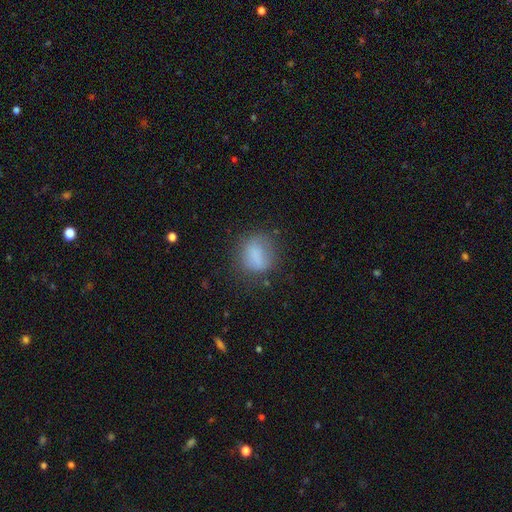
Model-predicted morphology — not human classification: Overall: smooth (76%). How rounded: round (57%; in between 41%). Merging: none (60%; minor disturbance 24%).